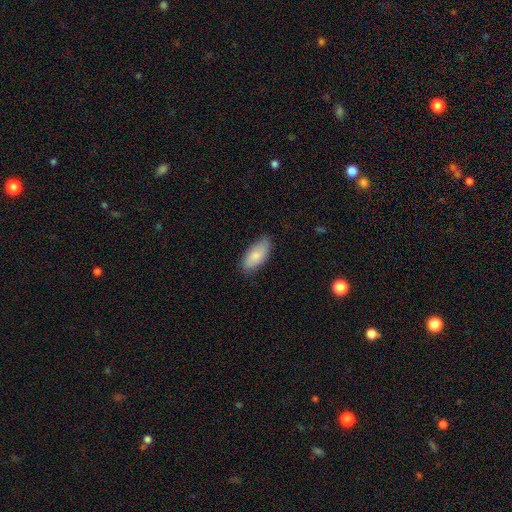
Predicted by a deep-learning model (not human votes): Smooth or featured? Predicted: smooth (p=0.82). How rounded? Predicted: in between (p=0.90). Merging? Predicted: none (p=0.80).